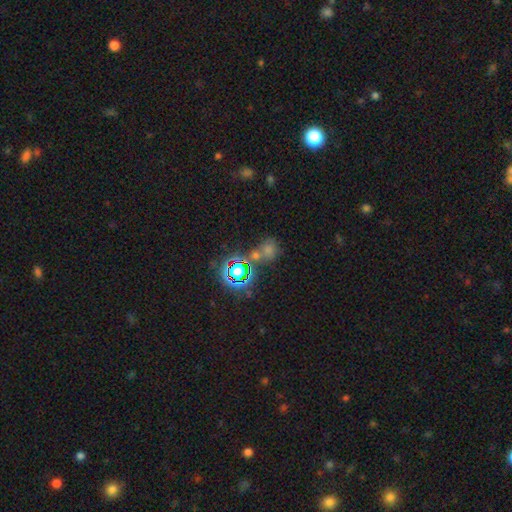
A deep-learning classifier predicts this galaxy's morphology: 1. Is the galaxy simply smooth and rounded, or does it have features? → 60% star or artifact, 32% smooth, 8% featured or disk.